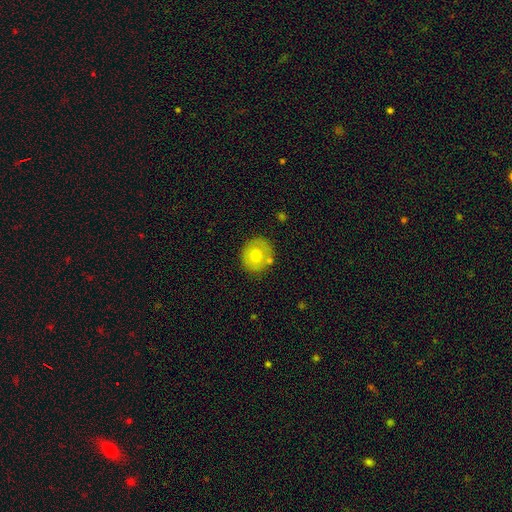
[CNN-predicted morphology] Smooth or featured: smooth — 67% (featured or disk — 25%)
How rounded: round — 83% (in between — 16%)
Merging: none — 78% (minor disturbance — 12%)